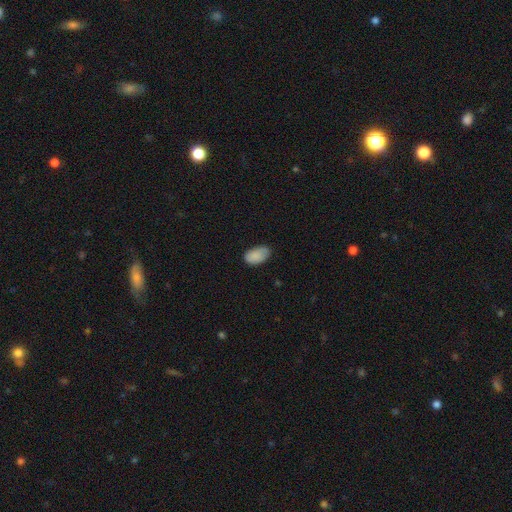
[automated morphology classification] A smooth galaxy with no disk features (84%) that is in between round and cigar-shaped (93%).

Vote fractions:
- Smooth or featured? smooth: 84% / featured or disk: 9% / star or artifact: 7%
- How rounded? in between: 93% / round: 5% / cigar-shaped: 1%
- Merging? none: 67% / minor disturbance: 27% / major disturbance: 5% / merger: 1%